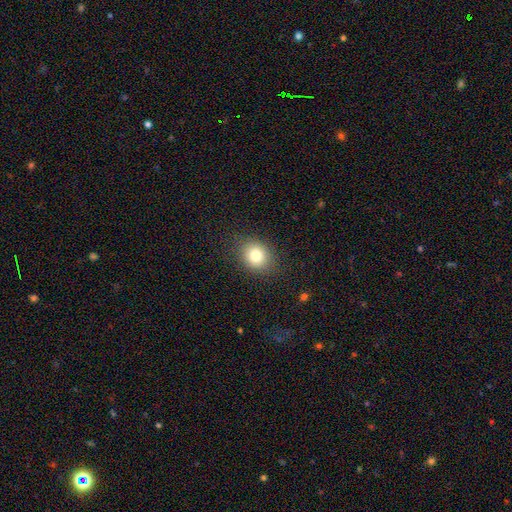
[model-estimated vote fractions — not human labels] A smooth galaxy with no disk features (80%) that is round (61%). Merging: none (87%).